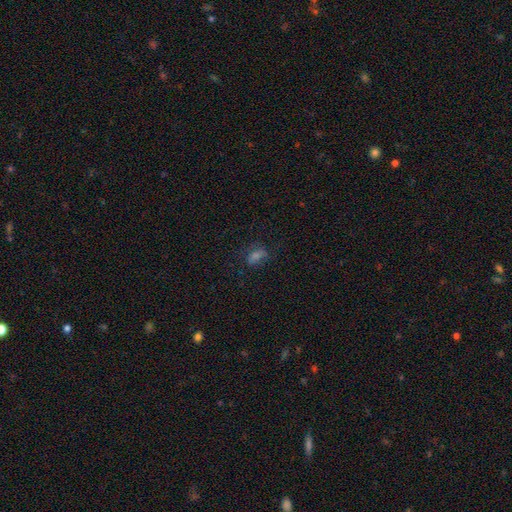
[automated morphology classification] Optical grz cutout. It shows a smooth galaxy with no disk features (52%) that is in between round and cigar-shaped (76%). Merging: none (67%).